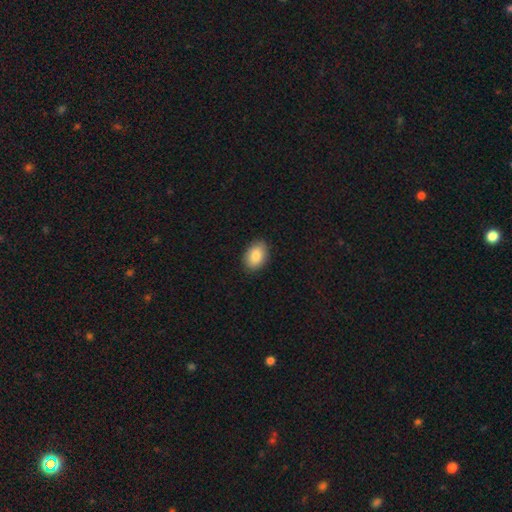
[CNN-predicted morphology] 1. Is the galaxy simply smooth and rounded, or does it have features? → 85% smooth, 7% featured or disk, 7% star or artifact.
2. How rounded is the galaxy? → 85% in between, 14% round, 1% cigar-shaped.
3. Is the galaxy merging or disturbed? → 89% none, 8% minor disturbance, 2% major disturbance, 1% merger.